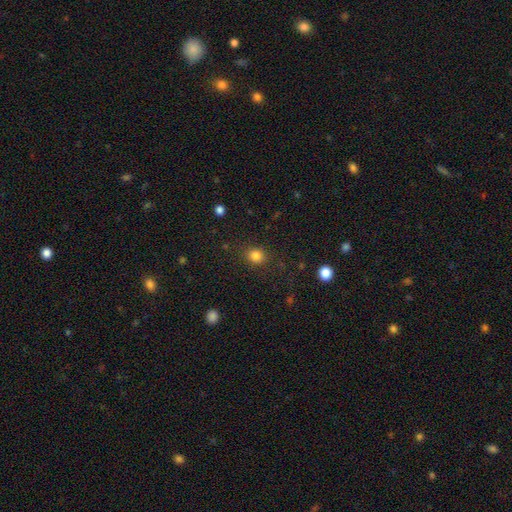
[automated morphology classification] The model was most divided on "how rounded": round: 74%, in between: 25%, cigar-shaped: 1%. More confident: merging — none (86%); smooth or featured — smooth (83%).